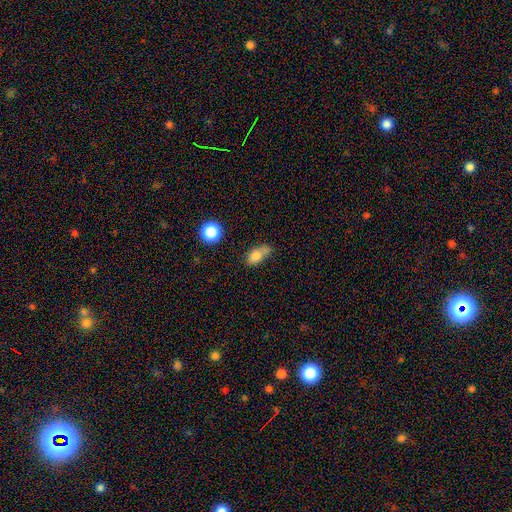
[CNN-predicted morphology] Smooth or featured: smooth — 76% (featured or disk — 13%)
How rounded: in between — 74% (round — 15%)
Merging: none — 41% (minor disturbance — 34%)